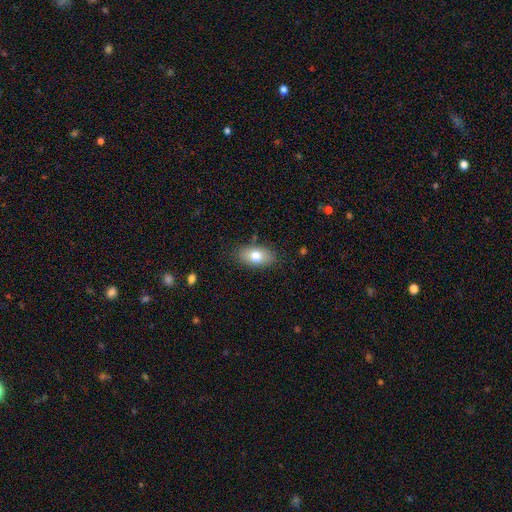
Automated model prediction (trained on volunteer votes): Morphology: type=smooth (76%); roundness=in between (90%); merging=none (82%).